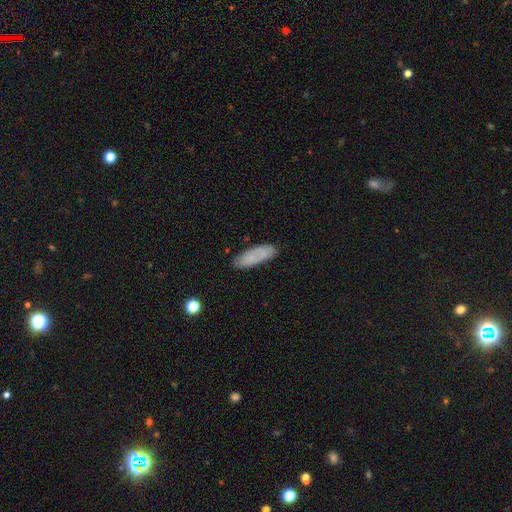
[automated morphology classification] The model was most divided on "how rounded": in between: 57%, cigar-shaped: 41%, round: 2%. More confident: merging — none (81%); smooth or featured — smooth (72%).